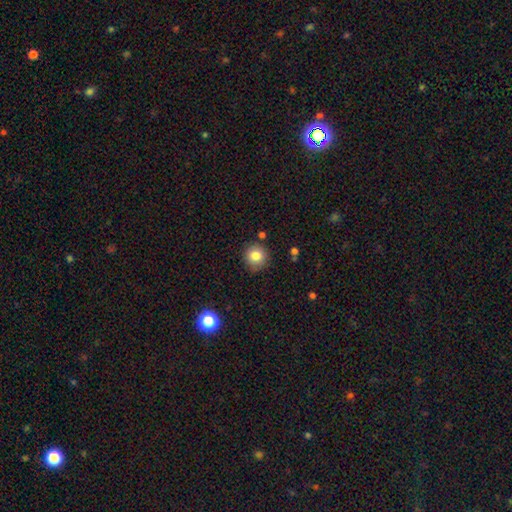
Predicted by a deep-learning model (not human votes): Morphology: type=smooth (83%); roundness=round (93%); merging=none (85%).